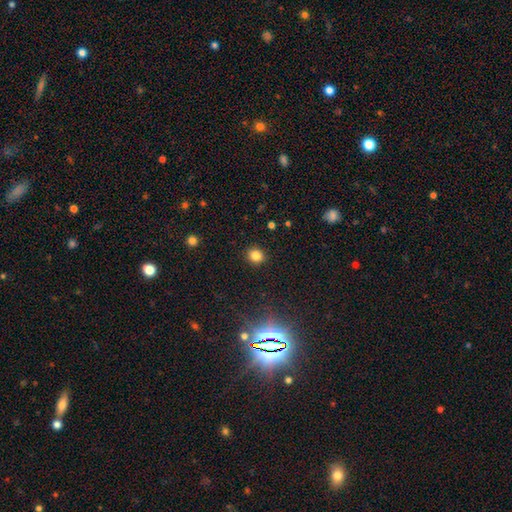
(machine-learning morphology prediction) This is clearly a smooth galaxy (82%). How rounded: clearly round (82%). Merging: clearly none (91%).